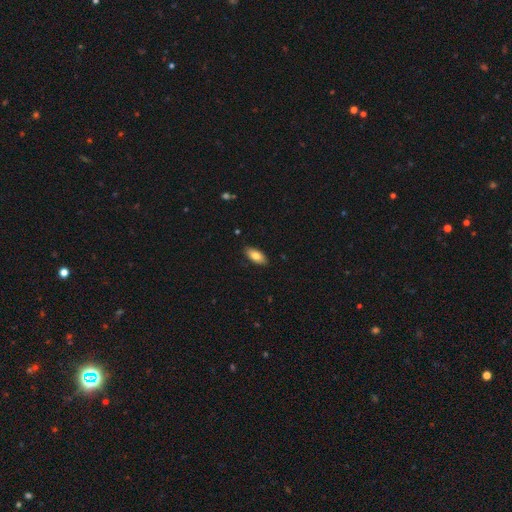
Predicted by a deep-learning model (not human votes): The model was most divided on "smooth or featured": smooth: 80%, featured or disk: 13%, star or artifact: 7%. More confident: how rounded — in between (89%); merging — none (88%).